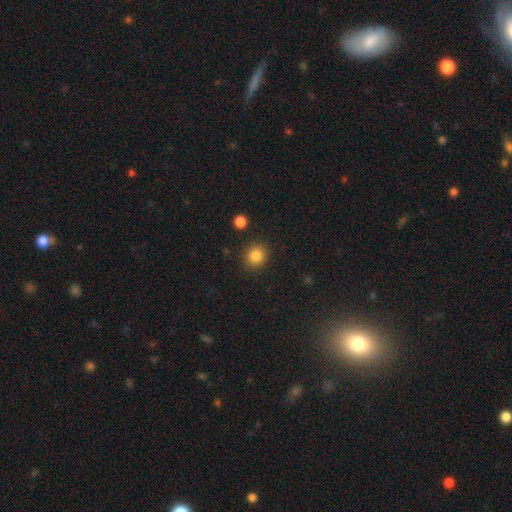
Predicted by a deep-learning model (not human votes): This appears to be a smooth galaxy with no disk features (86%) that is round (79%). Merging: none (87%).